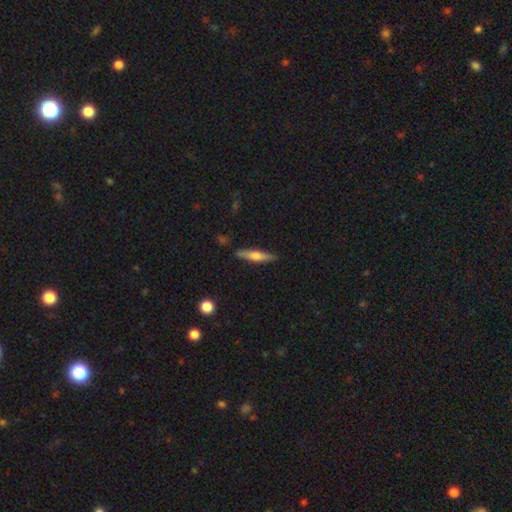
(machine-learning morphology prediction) Smooth or featured? Predicted: smooth (p=0.51). How rounded? Predicted: cigar-shaped (p=0.85). Merging? Predicted: none (p=0.86).